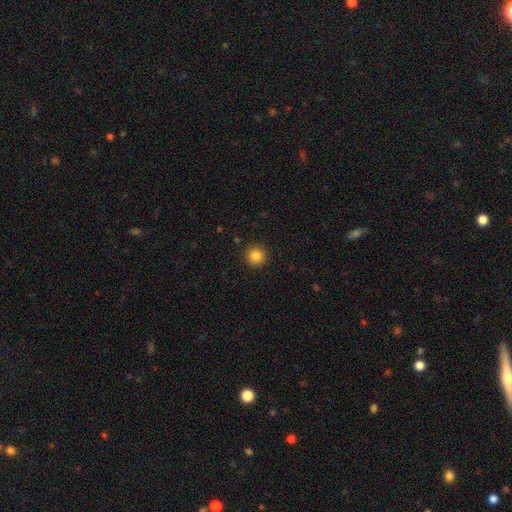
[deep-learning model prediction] smooth-or-featured: smooth: 85% | star or artifact: 11% | featured or disk: 4%
  how-rounded: round: 95% | in between: 4% | cigar-shaped: 1%
  merging: none: 92% | minor disturbance: 5% | major disturbance: 2% | merger: 1%